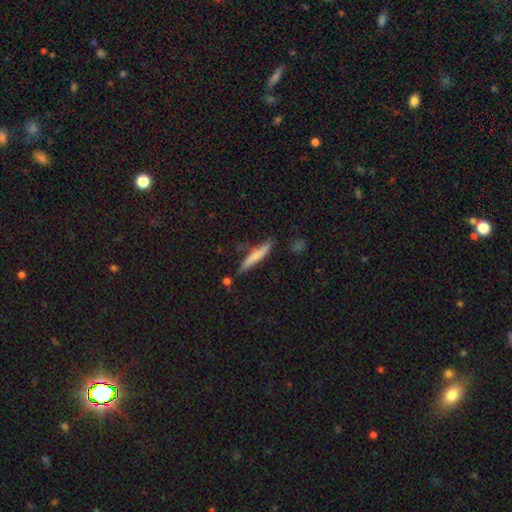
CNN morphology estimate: Smooth or featured? Predicted: smooth (p=0.68). How rounded? Predicted: cigar-shaped (p=0.92). Merging? Predicted: none (p=0.74).